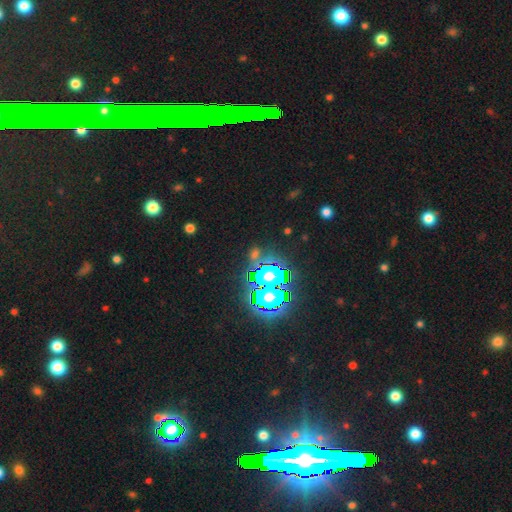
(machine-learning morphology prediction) Smooth or featured: star or artifact — 74% (smooth — 16%)